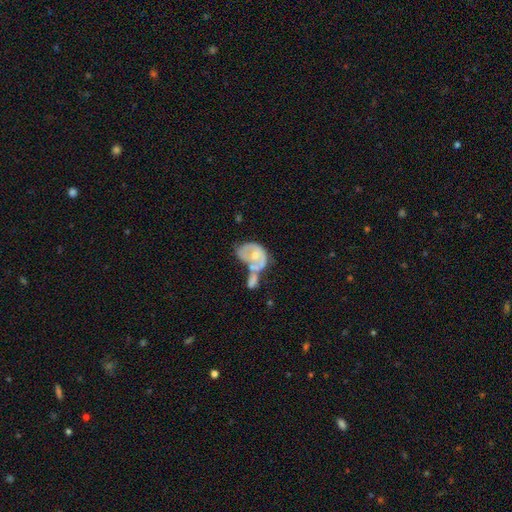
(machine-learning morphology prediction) Smooth or featured: featured or disk — 53% (smooth — 41%)
Edge-on disk: no — 97% (yes — 3%)
Bar: no — 82% (weak — 15%)
Spiral arms: no — 66% (yes — 34%)
Bulge size: moderate — 54% (small — 35%)
Merging: merger — 54% (major disturbance — 22%)